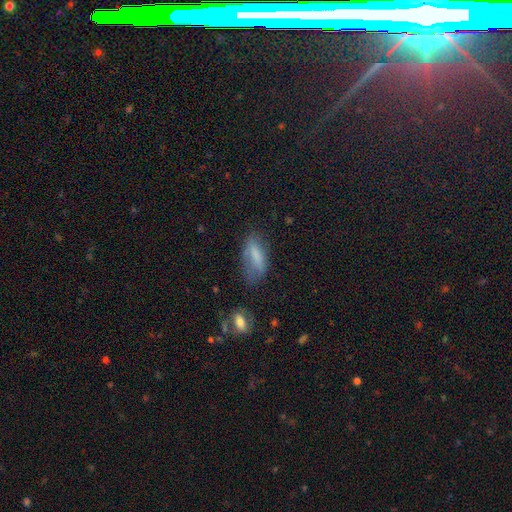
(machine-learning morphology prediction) This appears to be a smooth galaxy with no disk features (71%) that is in between round and cigar-shaped (72%). Merging: none (49%).